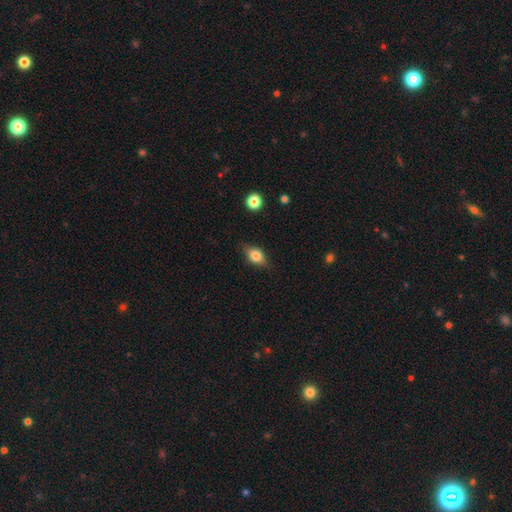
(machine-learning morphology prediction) Smooth or featured: smooth — 71% (featured or disk — 20%)
How rounded: in between — 77% (round — 18%)
Merging: none — 77% (minor disturbance — 18%)